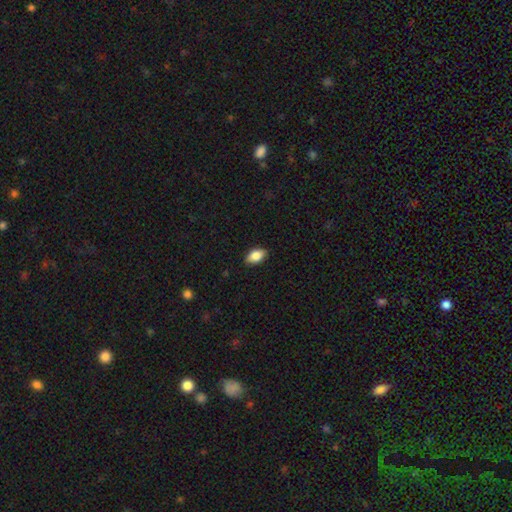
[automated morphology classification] Smooth or featured? Predicted: smooth (p=0.85). How rounded? Predicted: in between (p=0.92). Merging? Predicted: none (p=0.88).